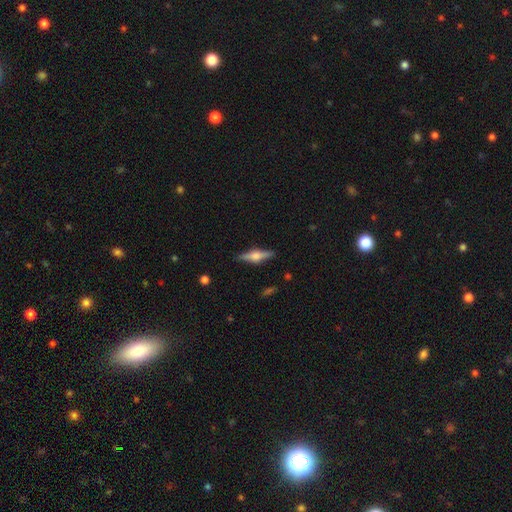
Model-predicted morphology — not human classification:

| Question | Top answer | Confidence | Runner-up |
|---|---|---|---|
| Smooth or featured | featured or disk | 65% | smooth (28%) |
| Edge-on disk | yes | 97% | no (3%) |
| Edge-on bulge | rounded | 89% | boxy (8%) |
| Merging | none | 88% | minor disturbance (9%) |